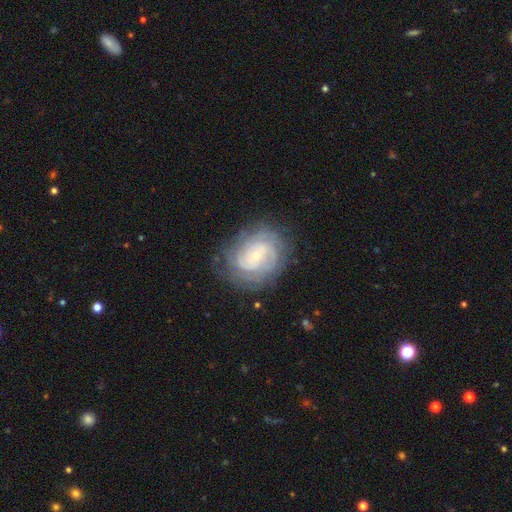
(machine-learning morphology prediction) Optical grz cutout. It shows a featured or disk galaxy (75%) with no bar (68%), tight (72%) spiral arms (87%) and a small central bulge (78%). Merging: none (77%).